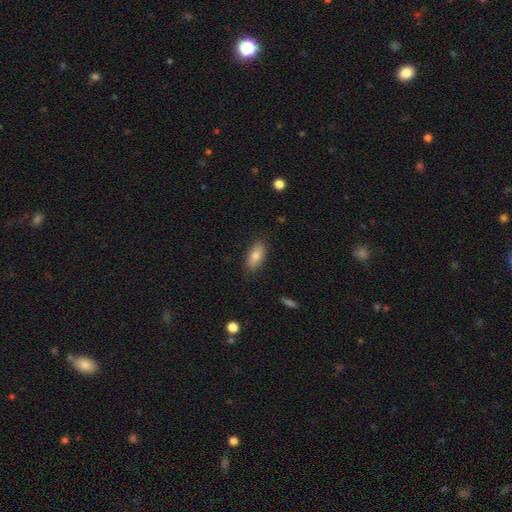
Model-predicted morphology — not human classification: A smooth galaxy with no disk features (80%) that is in between round and cigar-shaped (87%).

Vote fractions:
- Smooth or featured? smooth: 80% / featured or disk: 12% / star or artifact: 7%
- How rounded? in between: 87% / cigar-shaped: 9% / round: 3%
- Merging? none: 84% / minor disturbance: 12% / major disturbance: 3% / merger: 1%